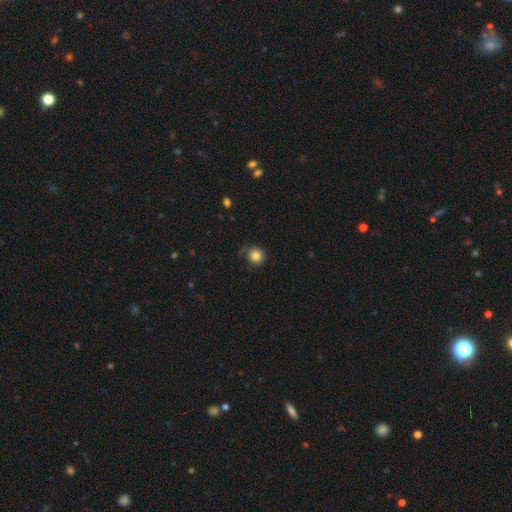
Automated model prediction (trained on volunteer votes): smooth_or_featured: smooth (p=0.83) [alt: star or artifact p=0.10]
how_rounded: round (p=0.92) [alt: in between p=0.07]
merging: none (p=0.75) [alt: minor disturbance p=0.18]